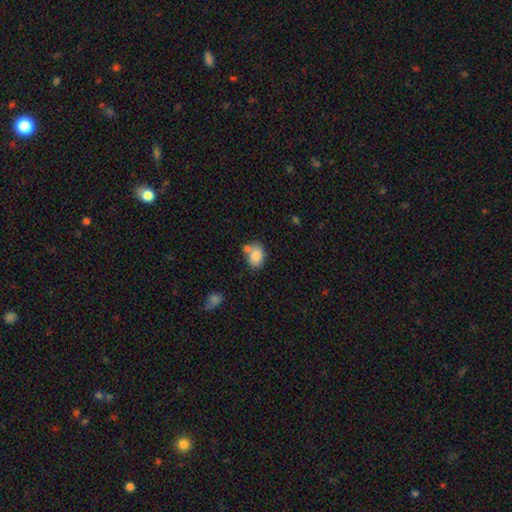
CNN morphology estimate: The model was most divided on "merging": none: 51%, merger: 27%, minor disturbance: 17%, major disturbance: 5%. More confident: smooth or featured — smooth (84%); how rounded — in between (63%).